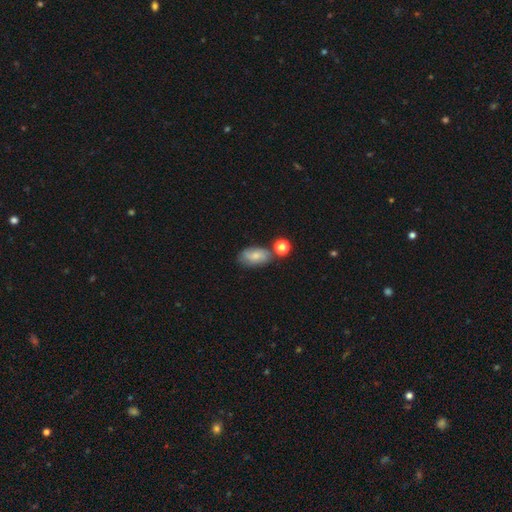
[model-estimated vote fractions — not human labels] smooth_or_featured: smooth (p=0.64) [alt: featured or disk p=0.26]
how_rounded: in between (p=0.89) [alt: round p=0.08]
merging: none (p=0.63) [alt: minor disturbance p=0.20]